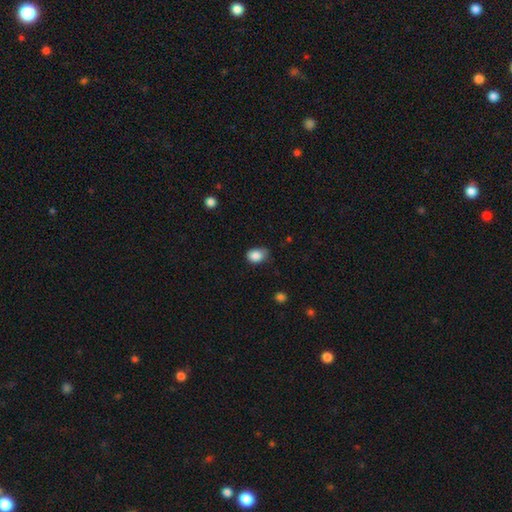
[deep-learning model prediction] Q: Smooth or featured?
A: smooth (87%); runner-up: star or artifact (9%)
Q: How rounded?
A: in between (72%); runner-up: round (27%)
Q: Merging?
A: none (60%); runner-up: minor disturbance (33%)